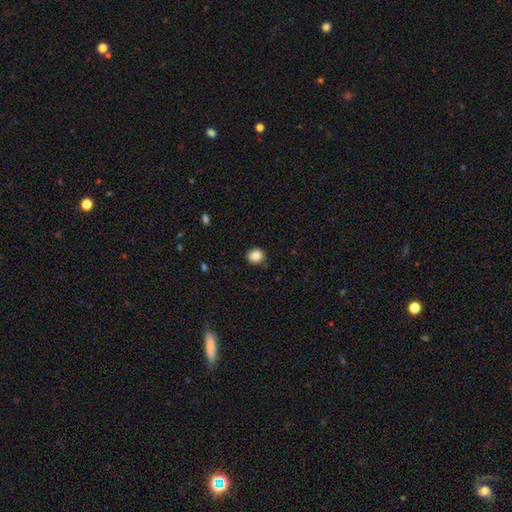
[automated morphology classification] This is clearly a smooth galaxy (85%). How rounded: likely round (67%). Merging: clearly none (84%).